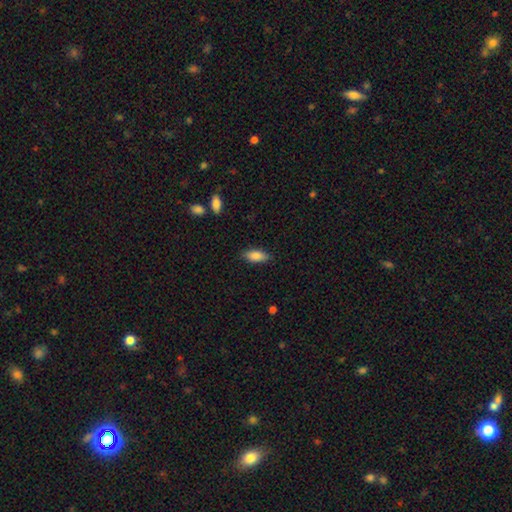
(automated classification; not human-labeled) This is clearly a smooth galaxy (84%). How rounded: clearly in between (81%). Merging: clearly none (86%).